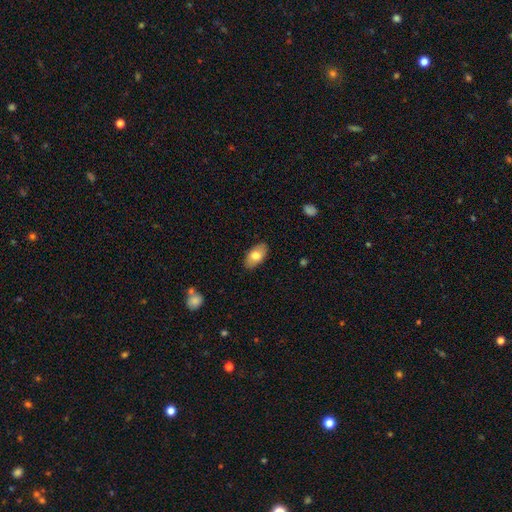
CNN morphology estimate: This is likely a smooth galaxy (75%). How rounded: clearly in between (94%). Merging: clearly none (88%).